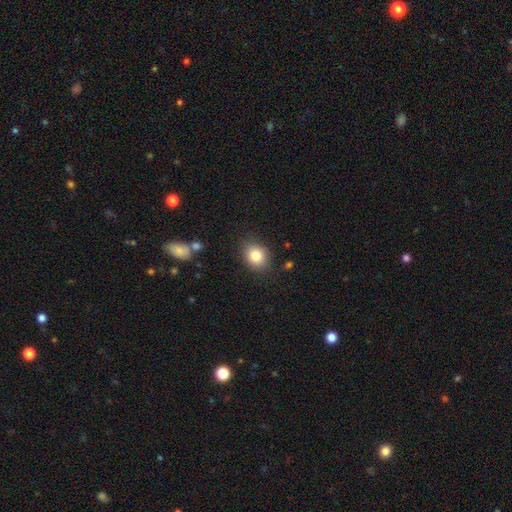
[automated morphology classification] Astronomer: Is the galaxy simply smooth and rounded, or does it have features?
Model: smooth — 83%.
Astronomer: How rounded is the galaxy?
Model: round — 57% (runner-up: in between, 42%).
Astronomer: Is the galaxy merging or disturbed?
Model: none — 84%.